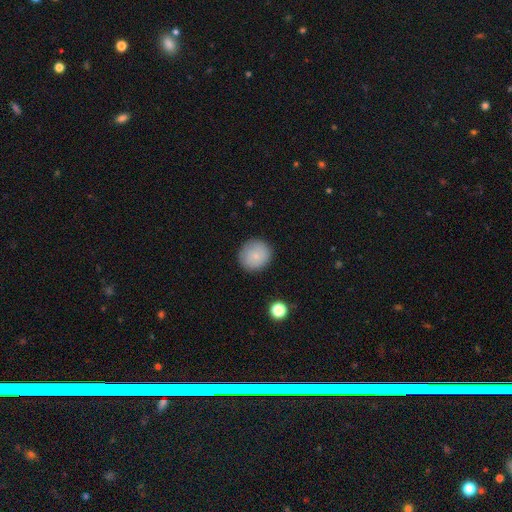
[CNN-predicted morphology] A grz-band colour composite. It shows a smooth galaxy with no disk features (82%) that is round (89%). Merging: none (88%).